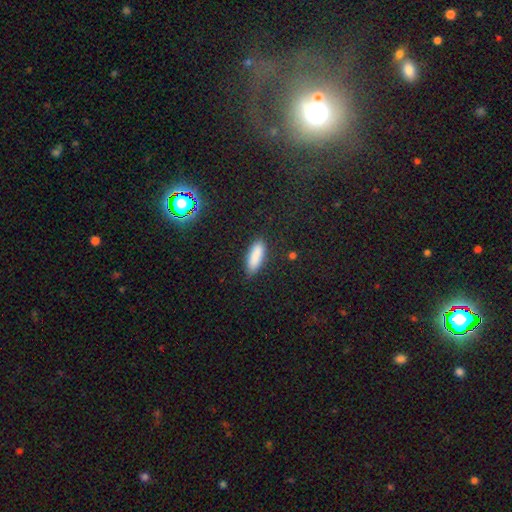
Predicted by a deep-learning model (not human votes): Smooth or featured? smooth (87%)
How rounded? in between (62%)
Merging? none (83%)